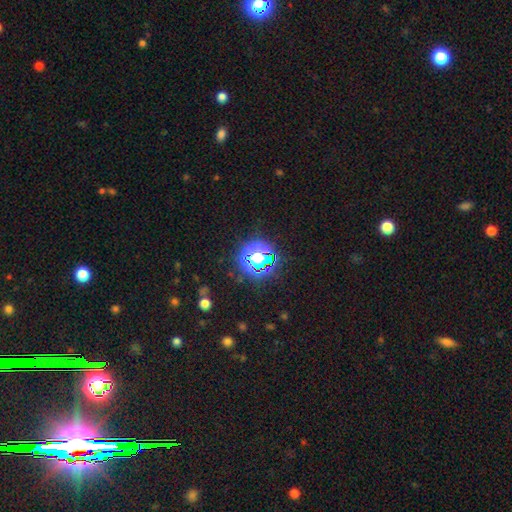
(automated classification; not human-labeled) Smooth or featured? Predicted: star or artifact (p=0.64).